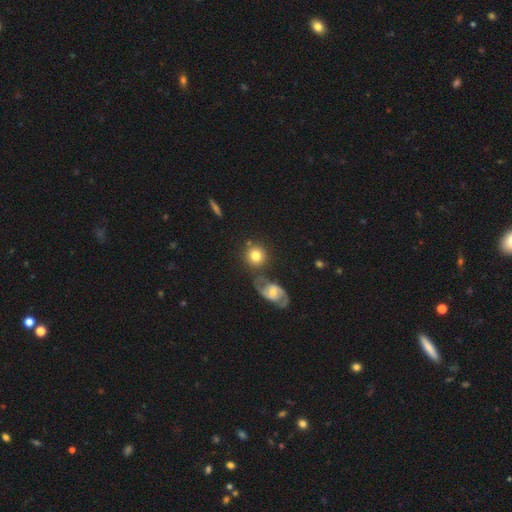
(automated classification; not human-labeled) Smooth or featured? smooth (73%)
How rounded? round (88%)
Merging? none (67%)